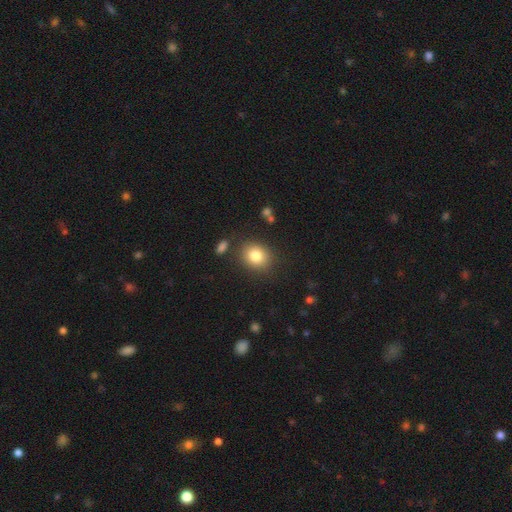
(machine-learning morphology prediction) Smooth or featured?
  - smooth: 82% *
  - star or artifact: 10%
  - featured or disk: 8%
How rounded?
  - round: 64% *
  - in between: 35%
  - cigar-shaped: 1%
Merging?
  - none: 83% *
  - minor disturbance: 10%
  - merger: 4%
  - major disturbance: 4%